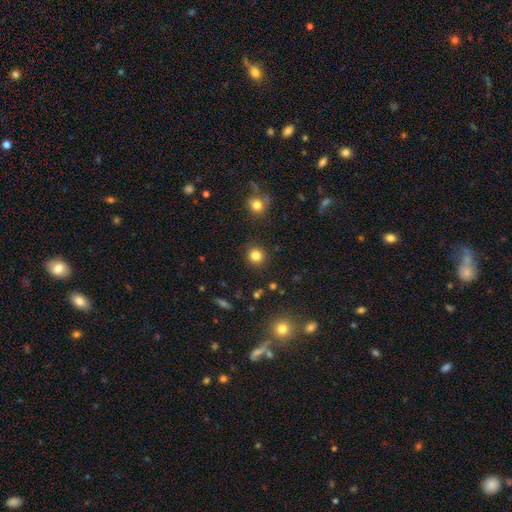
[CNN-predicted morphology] Smooth or featured: smooth — 82% (star or artifact — 12%)
How rounded: round — 91% (in between — 8%)
Merging: none — 90% (minor disturbance — 6%)